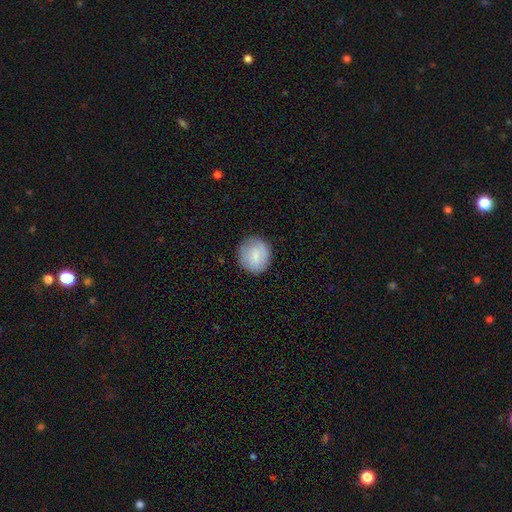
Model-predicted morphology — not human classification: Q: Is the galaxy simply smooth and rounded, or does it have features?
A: smooth — 81%.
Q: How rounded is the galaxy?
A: round — 90%.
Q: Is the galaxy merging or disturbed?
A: none — 83%.